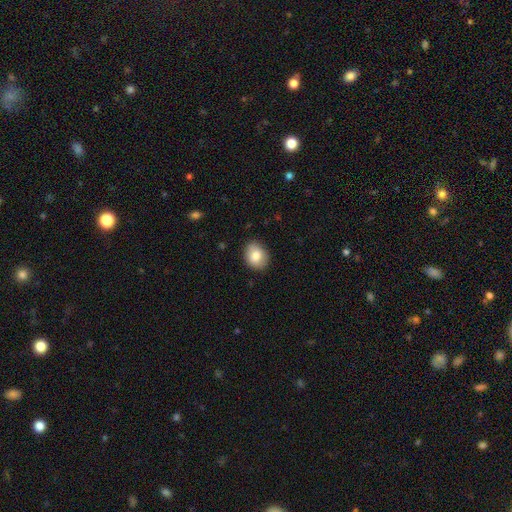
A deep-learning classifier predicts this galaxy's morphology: The model was most divided on "how rounded": in between: 52%, round: 47%, cigar-shaped: 1%. More confident: merging — none (84%); smooth or featured — smooth (82%).